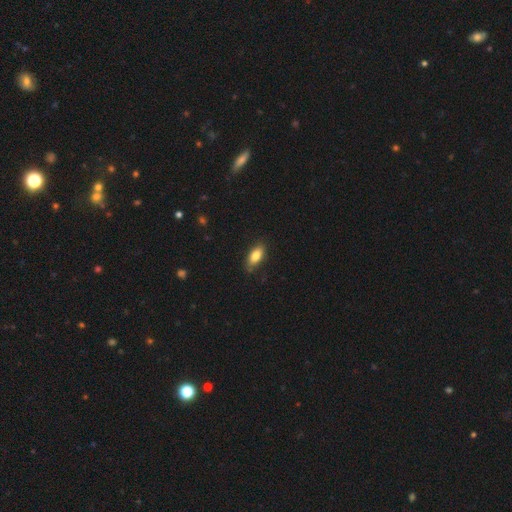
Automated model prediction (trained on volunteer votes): Smooth or featured? smooth (81%)
How rounded? in between (86%)
Merging? none (81%)